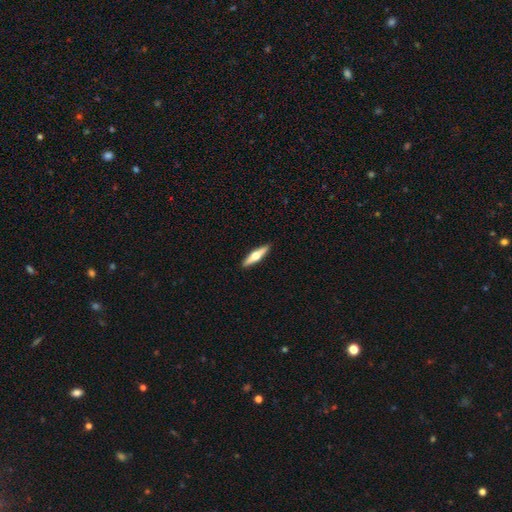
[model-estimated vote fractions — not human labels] A featured or disk galaxy (58%) viewed edge-on (96%) with a rounded central bulge (94%). Merging: none (91%).